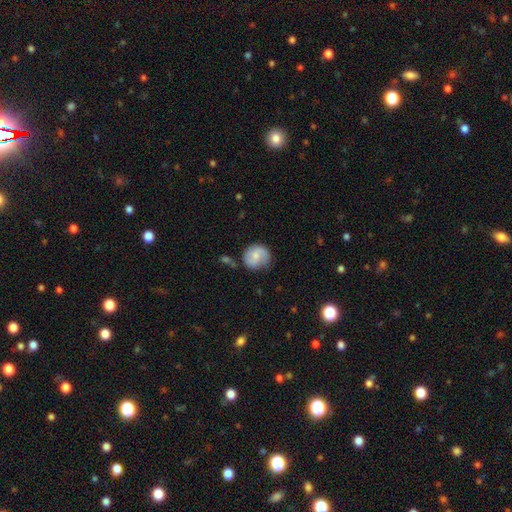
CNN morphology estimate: smooth-or-featured: smooth: 48% | featured or disk: 45% | star or artifact: 7%
  merging: none: 66% | minor disturbance: 23% | major disturbance: 7% | merger: 4%